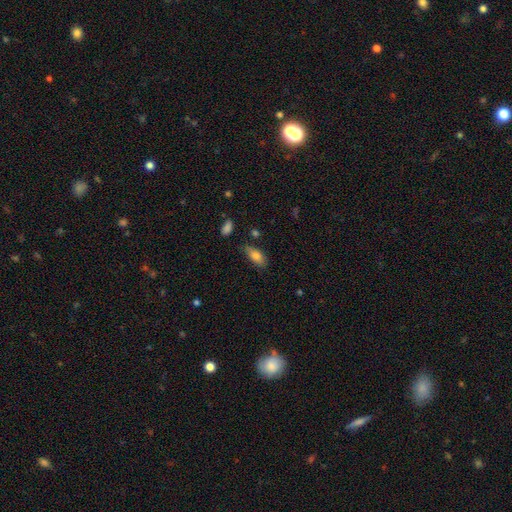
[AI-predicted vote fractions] smooth_or_featured: smooth (p=0.79) [alt: featured or disk p=0.13]
how_rounded: in between (p=0.80) [alt: cigar-shaped p=0.17]
merging: none (p=0.74) [alt: minor disturbance p=0.20]